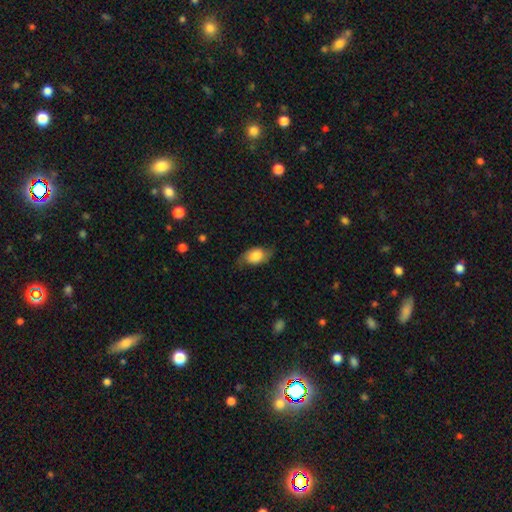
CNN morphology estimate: Smooth or featured?
  - smooth: 70% *
  - featured or disk: 23%
  - star or artifact: 7%
How rounded?
  - in between: 85% *
  - round: 12%
  - cigar-shaped: 3%
Merging?
  - none: 67% *
  - minor disturbance: 23%
  - major disturbance: 8%
  - merger: 1%